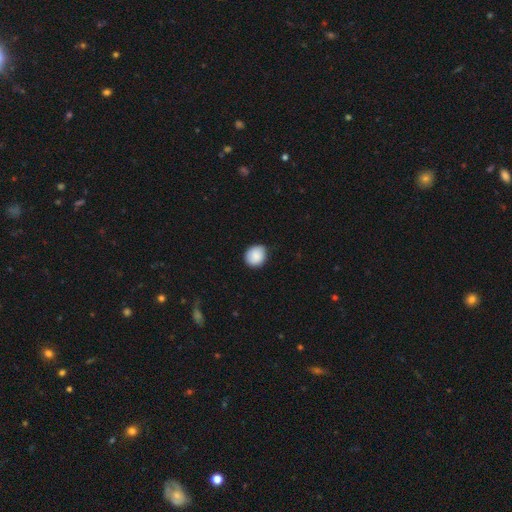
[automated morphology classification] Overall: smooth (87%). How rounded: round (75%). Merging: none (79%).